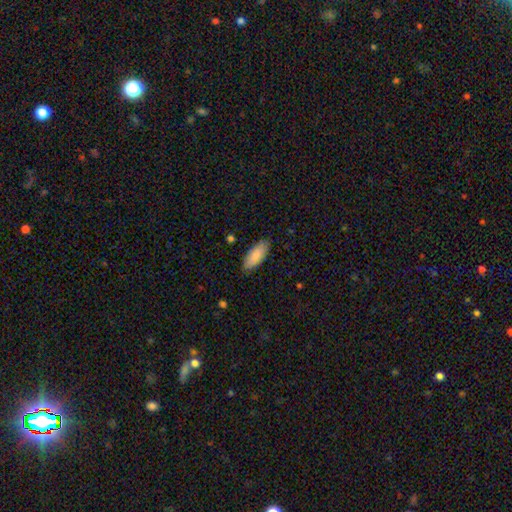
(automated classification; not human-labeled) The model was most divided on "how rounded": in between: 79%, cigar-shaped: 19%, round: 2%. More confident: merging — none (86%); smooth or featured — smooth (84%).